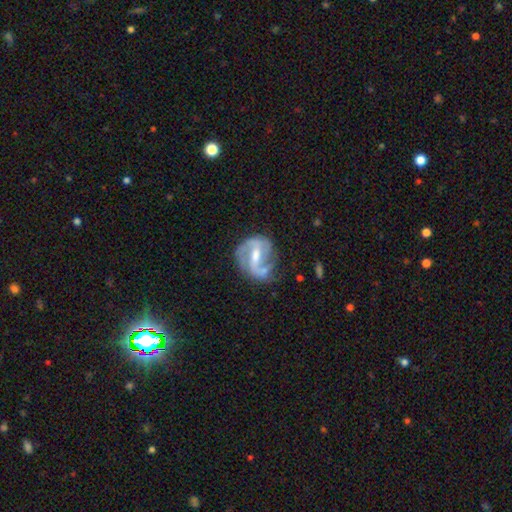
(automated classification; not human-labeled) Smooth or featured? Predicted: featured or disk (p=0.85). Edge-on disk? Predicted: no (p=0.97). Bar? Predicted: strong (p=0.48). Spiral arms? Predicted: yes (p=0.93). Spiral winding? Predicted: medium (p=0.50). Spiral arm count? Predicted: 2 (p=0.82). Bulge size? Predicted: moderate (p=0.54). Merging? Predicted: none (p=0.61).